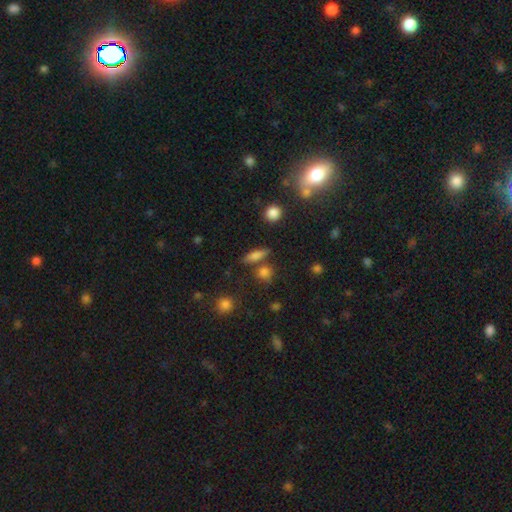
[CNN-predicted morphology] A smooth galaxy with no disk features (72%) that is cigar-shaped (45%). Merging: none (71%).